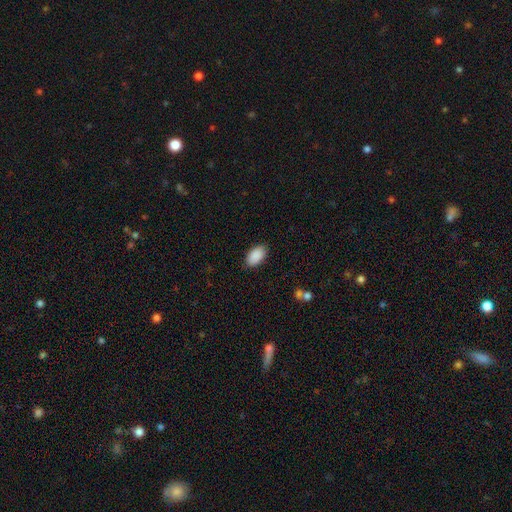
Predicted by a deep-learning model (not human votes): Smooth or featured? Predicted: smooth (p=0.91). How rounded? Predicted: in between (p=0.95). Merging? Predicted: none (p=0.87).